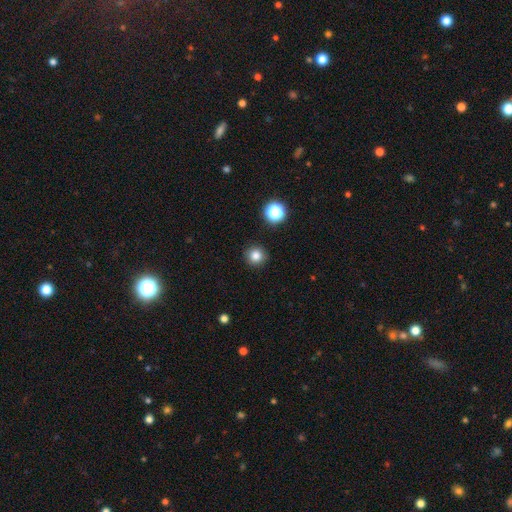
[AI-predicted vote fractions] Smooth or featured?
  - smooth: 82% *
  - star or artifact: 13%
  - featured or disk: 5%
How rounded?
  - round: 95% *
  - in between: 4%
  - cigar-shaped: 1%
Merging?
  - none: 91% *
  - minor disturbance: 6%
  - major disturbance: 2%
  - merger: 1%